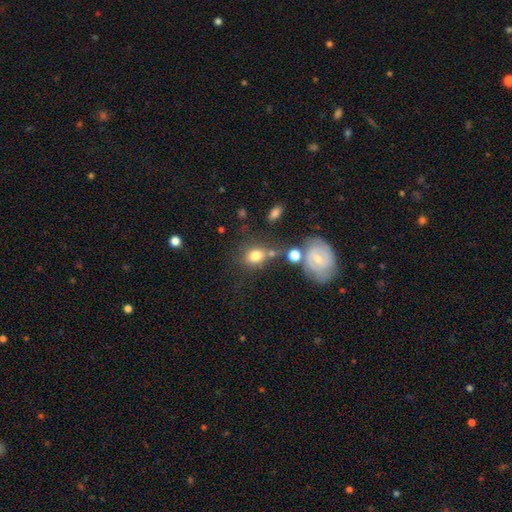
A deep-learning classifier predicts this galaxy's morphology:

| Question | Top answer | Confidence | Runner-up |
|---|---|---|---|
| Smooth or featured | smooth | 74% | featured or disk (14%) |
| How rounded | round | 56% | in between (43%) |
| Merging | none | 50% | merger (22%) |